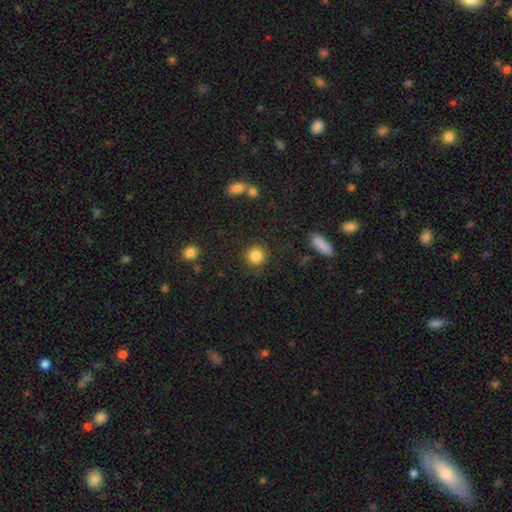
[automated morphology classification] This is clearly a smooth galaxy (85%). How rounded: clearly round (92%). Merging: clearly none (88%).